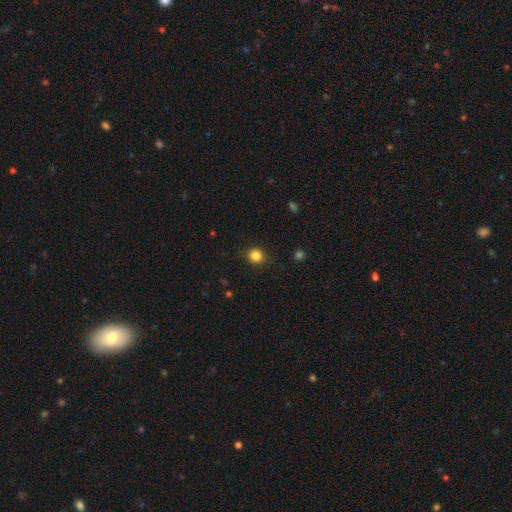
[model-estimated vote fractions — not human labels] Smooth or featured: smooth — 84% (star or artifact — 11%)
How rounded: round — 86% (in between — 14%)
Merging: none — 88% (minor disturbance — 8%)